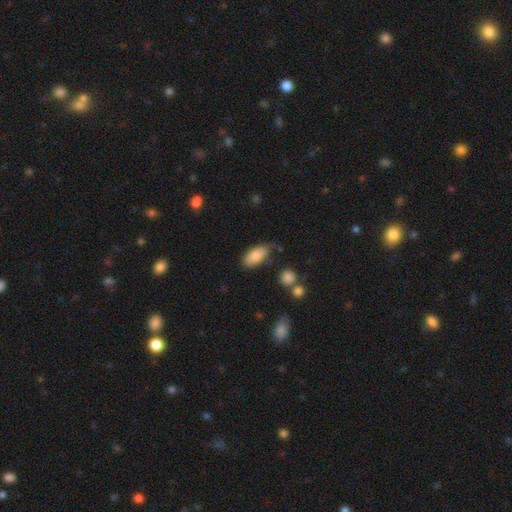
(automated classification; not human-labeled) Overall: smooth (85%). How rounded: in between (89%). Merging: none (74%).